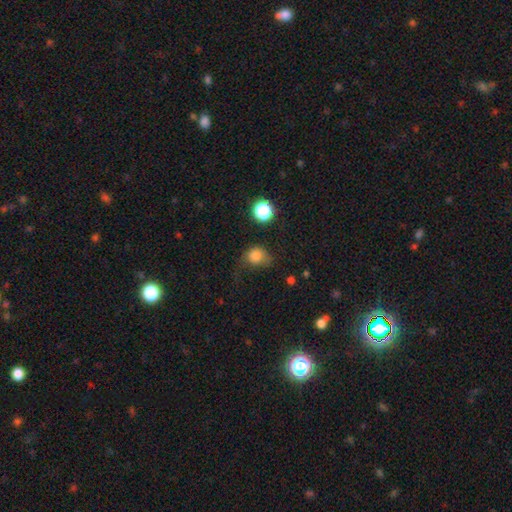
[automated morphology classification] smooth_or_featured: smooth (p=0.79) [alt: star or artifact p=0.13]
how_rounded: round (p=0.66) [alt: in between p=0.33]
merging: none (p=0.41) [alt: minor disturbance p=0.34]